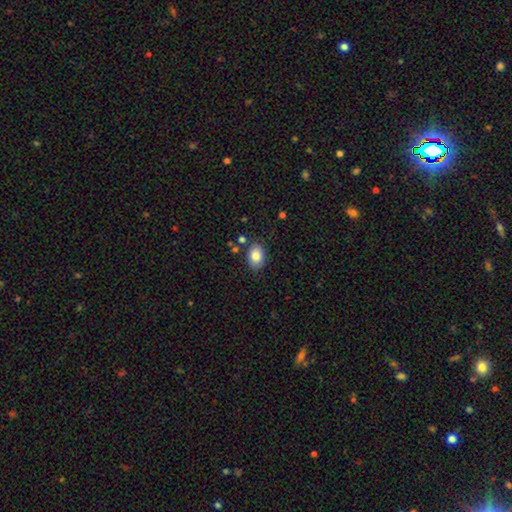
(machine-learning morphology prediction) This appears to be a smooth galaxy with no disk features (85%) that is in between round and cigar-shaped (80%). Merging: none (81%).